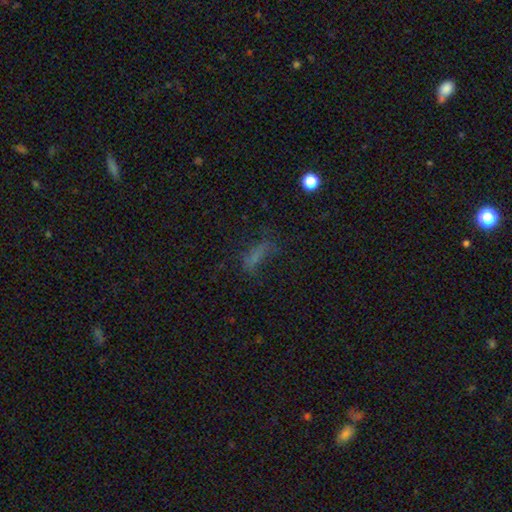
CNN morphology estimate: Smooth or featured? Predicted: smooth (p=0.53). How rounded? Predicted: in between (p=0.54). Merging? Predicted: none (p=0.43).